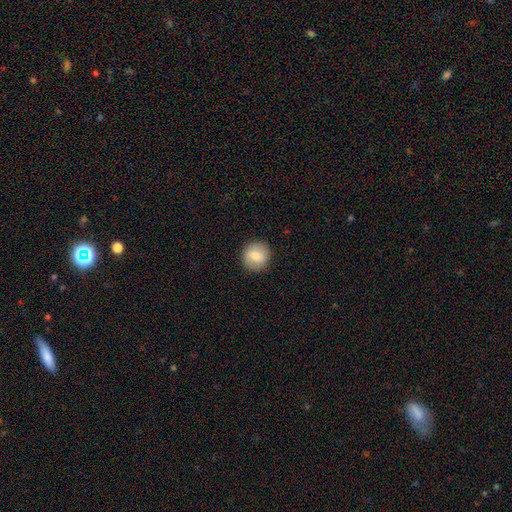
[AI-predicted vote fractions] A smooth galaxy with no disk features (75%) that is round (92%). Merging: none (89%).